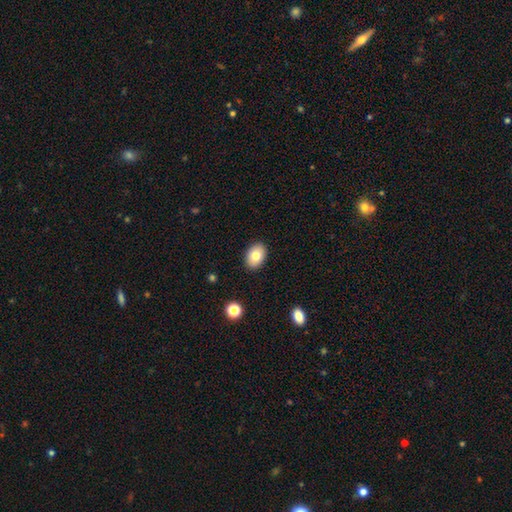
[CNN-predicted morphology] type=smooth (80%); roundness=in between (82%); merging=none (89%).